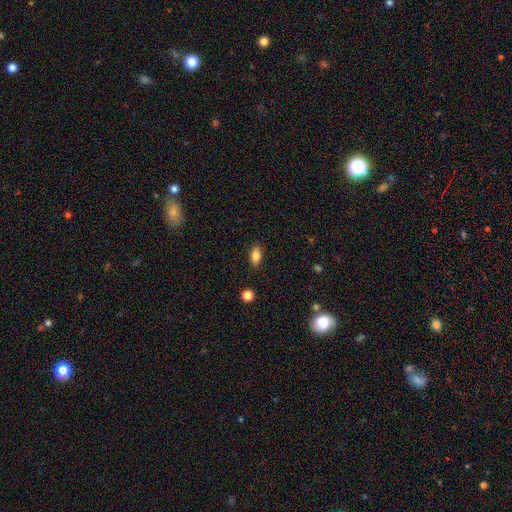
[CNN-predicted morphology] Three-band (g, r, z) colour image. It shows a smooth galaxy with no disk features (85%) that is in between round and cigar-shaped (88%). Merging: none (85%).